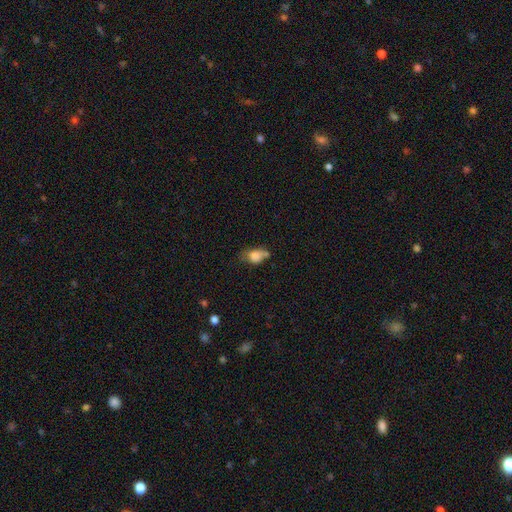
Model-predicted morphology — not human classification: This appears to be a smooth galaxy with no disk features (78%) that is in between round and cigar-shaped (75%). Merging: minor disturbance (32%, tied with none).